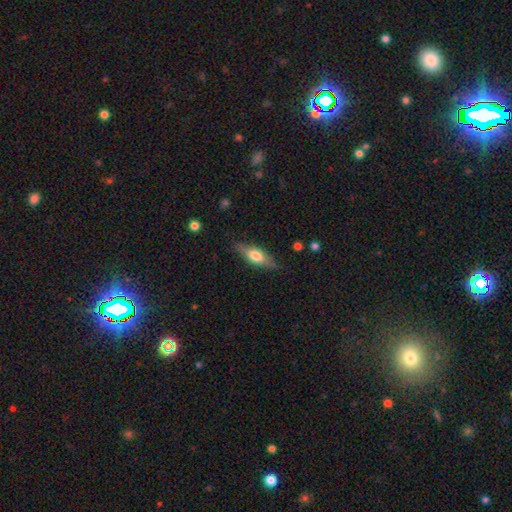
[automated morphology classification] Smooth or featured?
  - smooth: 53% *
  - featured or disk: 41%
  - star or artifact: 7%
How rounded?
  - in between: 57% *
  - cigar-shaped: 39%
  - round: 3%
Merging?
  - none: 79% *
  - minor disturbance: 16%
  - major disturbance: 4%
  - merger: 1%